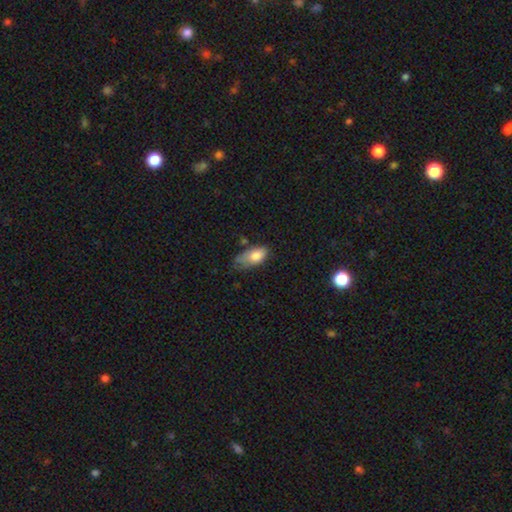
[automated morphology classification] smooth 78%, featured or disk 14%, star or artifact 8%. Down the decision tree: how rounded — in between (90%); merging — minor disturbance (43%).